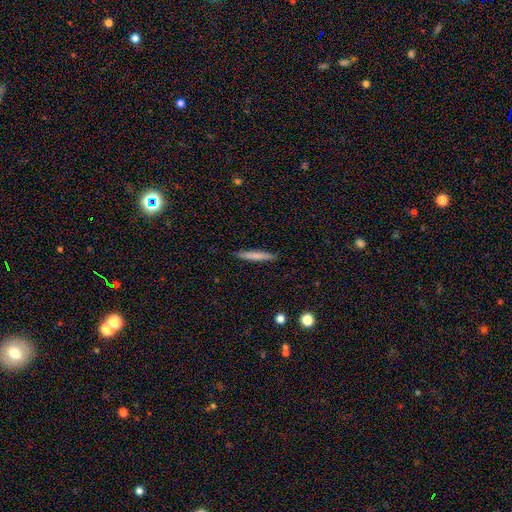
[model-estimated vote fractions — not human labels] Q: Smooth or featured?
A: smooth (73%); runner-up: featured or disk (21%)
Q: How rounded?
A: cigar-shaped (95%); runner-up: in between (3%)
Q: Merging?
A: none (89%); runner-up: minor disturbance (8%)